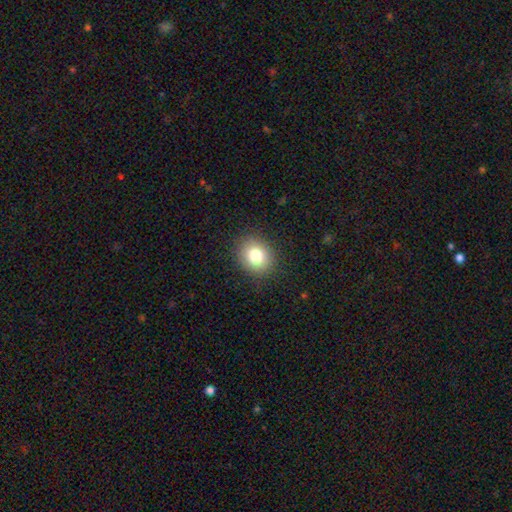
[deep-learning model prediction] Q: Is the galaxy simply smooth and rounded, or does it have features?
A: smooth — 81%.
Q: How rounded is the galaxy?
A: round — 68%.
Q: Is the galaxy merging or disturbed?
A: none — 88%.